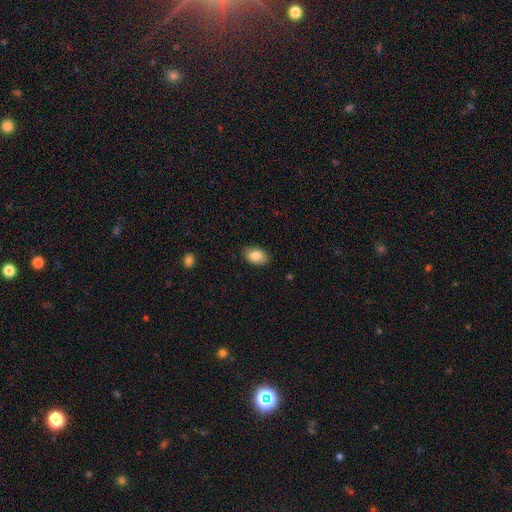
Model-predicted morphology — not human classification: Q: Smooth or featured?
A: smooth (83%); runner-up: featured or disk (9%)
Q: How rounded?
A: in between (87%); runner-up: round (12%)
Q: Merging?
A: none (87%); runner-up: minor disturbance (10%)